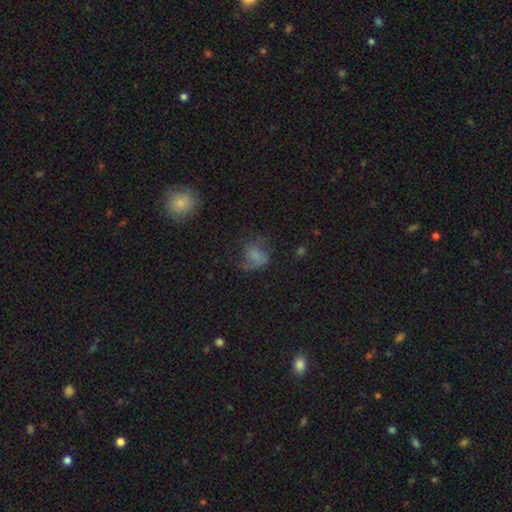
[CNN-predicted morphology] Q: Smooth or featured?
A: smooth (55%); runner-up: featured or disk (30%)
Q: How rounded?
A: round (52%); runner-up: in between (47%)
Q: Merging?
A: none (39%); runner-up: major disturbance (33%)